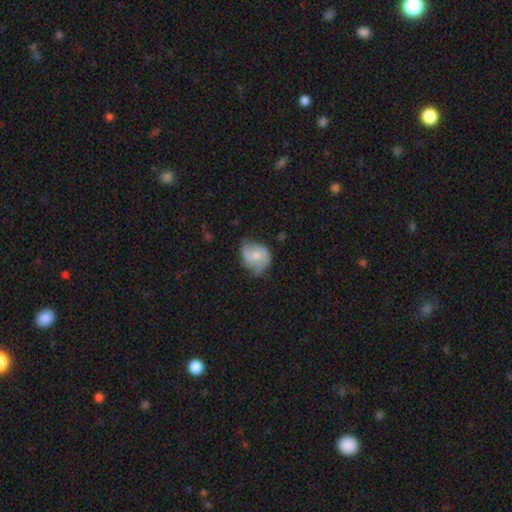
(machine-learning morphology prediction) smooth_or_featured: featured or disk (p=0.48) [alt: smooth p=0.45]
merging: none (p=0.46) [alt: minor disturbance p=0.38]